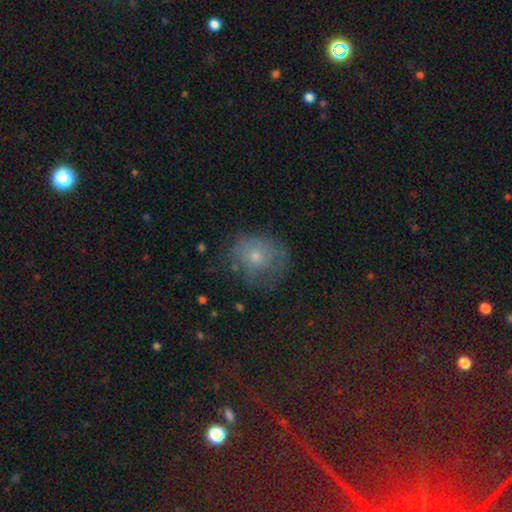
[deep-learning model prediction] A smooth galaxy with no disk features (56%) that is round (70%).

Vote fractions:
- Smooth or featured? smooth: 56% / featured or disk: 31% / star or artifact: 14%
- How rounded? round: 70% / in between: 29% / cigar-shaped: 1%
- Merging? none: 49% / minor disturbance: 27% / major disturbance: 22% / merger: 2%